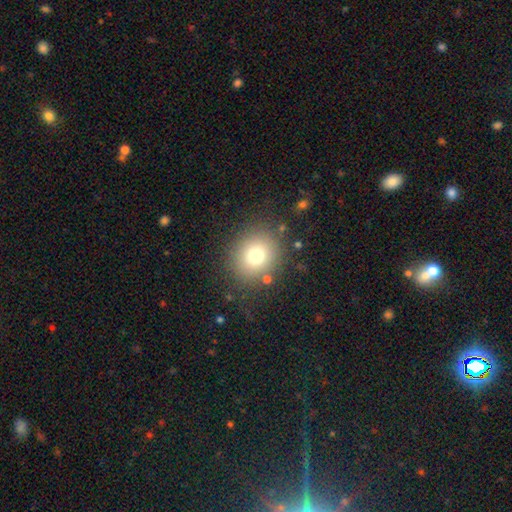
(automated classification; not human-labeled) Smooth or featured? Predicted: smooth (p=0.74). How rounded? Predicted: round (p=0.79). Merging? Predicted: none (p=0.82).